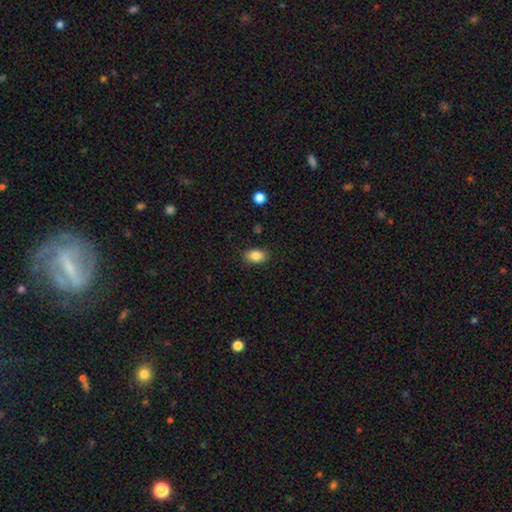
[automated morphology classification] A smooth galaxy with no disk features (85%) that is in between round and cigar-shaped (86%).

Vote fractions:
- Smooth or featured? smooth: 85% / star or artifact: 8% / featured or disk: 6%
- How rounded? in between: 86% / round: 13% / cigar-shaped: 1%
- Merging? none: 87% / minor disturbance: 10% / major disturbance: 2% / merger: 1%